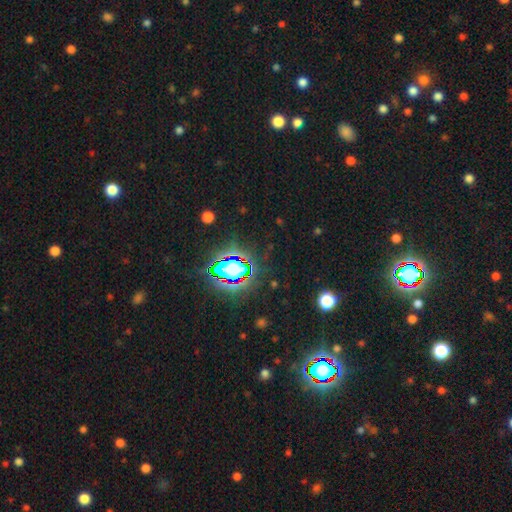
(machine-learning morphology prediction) Overall: star or artifact (84%).